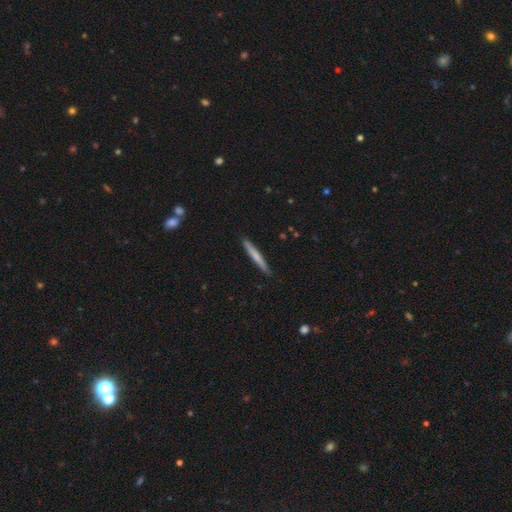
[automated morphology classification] smooth_or_featured: smooth (p=0.67) [alt: featured or disk p=0.28]
how_rounded: cigar-shaped (p=0.96) [alt: in between p=0.03]
merging: none (p=0.90) [alt: minor disturbance p=0.08]